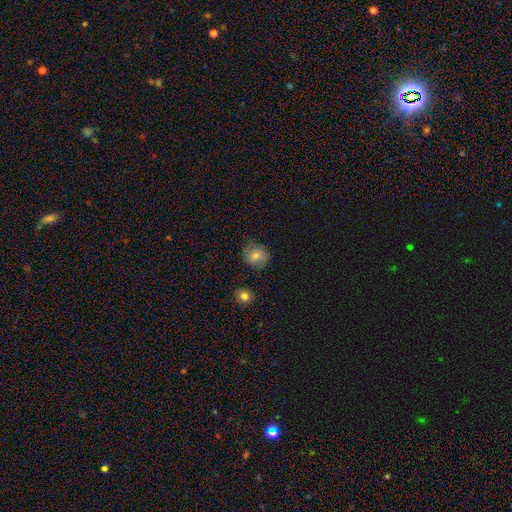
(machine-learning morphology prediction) Smooth or featured? Predicted: smooth (p=0.78). How rounded? Predicted: round (p=0.72). Merging? Predicted: none (p=0.78).